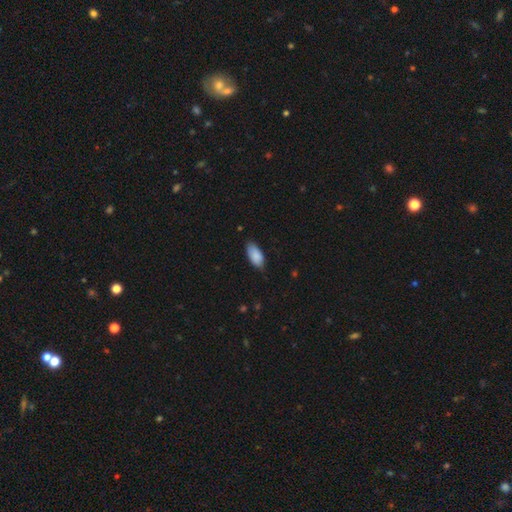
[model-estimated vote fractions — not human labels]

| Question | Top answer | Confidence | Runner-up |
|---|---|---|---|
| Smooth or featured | smooth | 88% | featured or disk (6%) |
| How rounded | in between | 92% | cigar-shaped (6%) |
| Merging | none | 74% | minor disturbance (22%) |